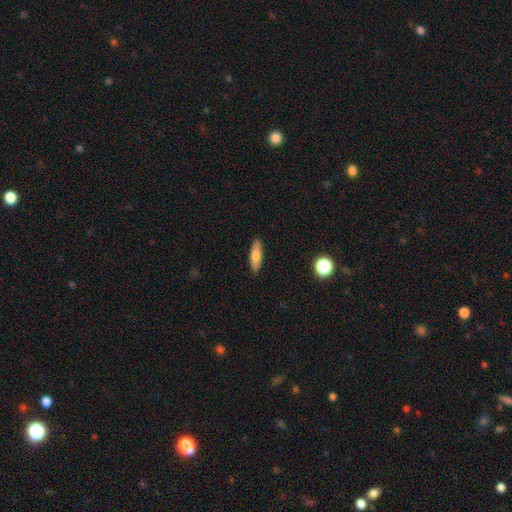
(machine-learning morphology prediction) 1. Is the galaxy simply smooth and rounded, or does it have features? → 71% smooth, 22% featured or disk, 7% star or artifact.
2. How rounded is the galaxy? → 57% cigar-shaped, 40% in between, 3% round.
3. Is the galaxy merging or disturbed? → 89% none, 8% minor disturbance, 2% major disturbance, 1% merger.